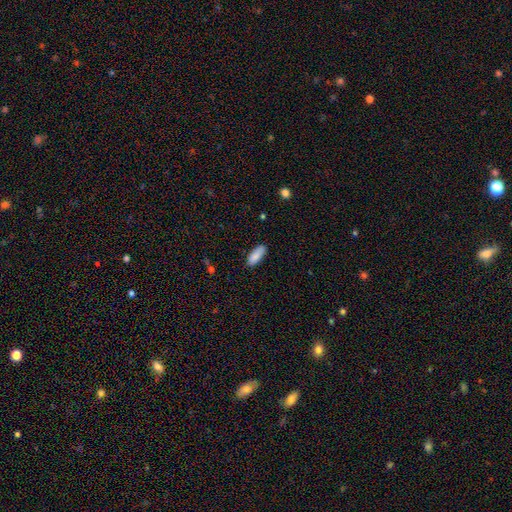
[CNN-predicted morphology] smooth-or-featured: smooth: 88% | star or artifact: 6% | featured or disk: 6%
  how-rounded: in between: 78% | cigar-shaped: 21% | round: 2%
  merging: none: 81% | minor disturbance: 15% | major disturbance: 2% | merger: 1%